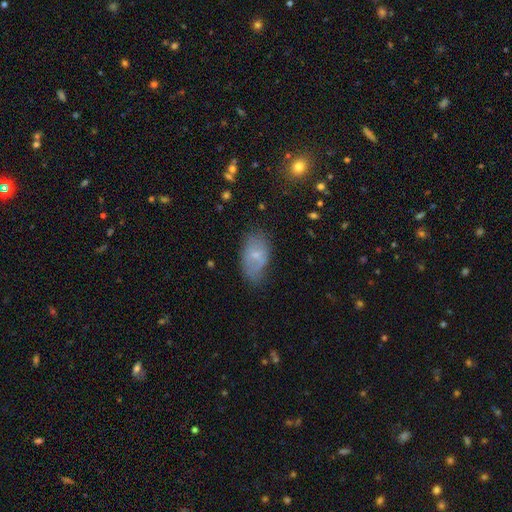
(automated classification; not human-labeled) Smooth or featured?
  - smooth: 60% *
  - featured or disk: 31%
  - star or artifact: 9%
How rounded?
  - in between: 91% *
  - round: 7%
  - cigar-shaped: 2%
Merging?
  - none: 55% *
  - minor disturbance: 31%
  - major disturbance: 11%
  - merger: 3%